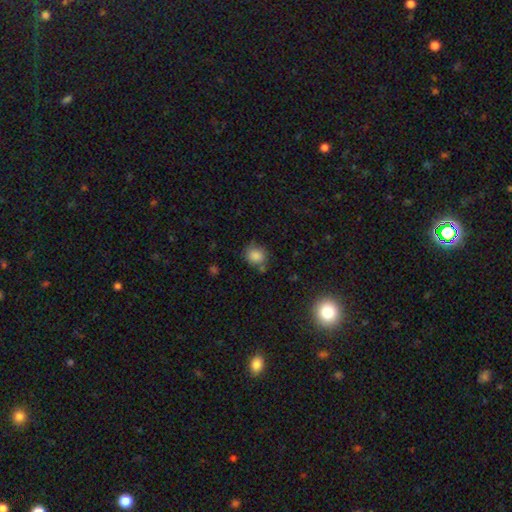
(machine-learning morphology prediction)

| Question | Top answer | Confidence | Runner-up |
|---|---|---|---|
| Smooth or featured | smooth | 85% | star or artifact (10%) |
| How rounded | round | 79% | in between (20%) |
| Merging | none | 68% | minor disturbance (20%) |